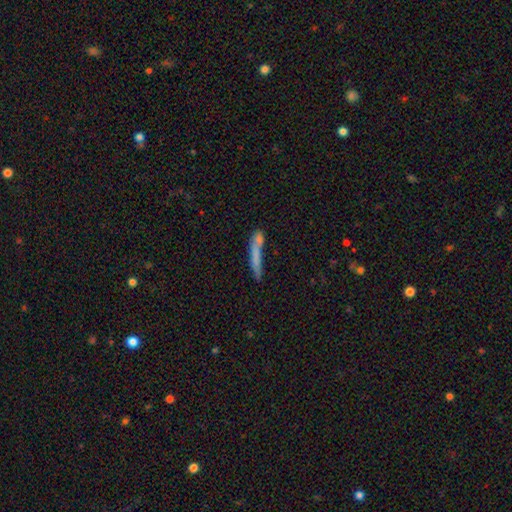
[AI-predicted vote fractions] smooth 64%, featured or disk 26%, star or artifact 9%. Down the decision tree: how rounded — cigar-shaped (91%); merging — none (51%).